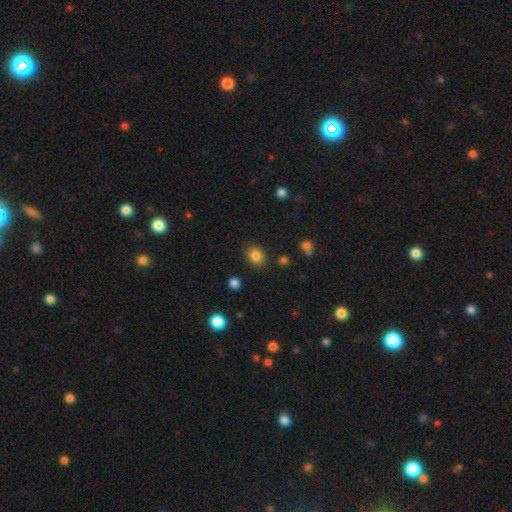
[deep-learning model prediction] Q: Smooth or featured?
A: smooth (84%); runner-up: star or artifact (11%)
Q: How rounded?
A: round (52%); runner-up: in between (47%)
Q: Merging?
A: none (84%); runner-up: minor disturbance (11%)